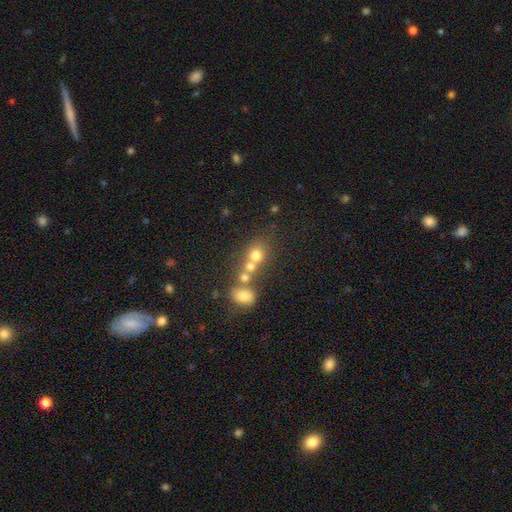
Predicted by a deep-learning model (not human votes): Smooth or featured: smooth — 68% (star or artifact — 16%)
How rounded: round — 75% (in between — 24%)
Merging: merger — 46% (none — 40%)